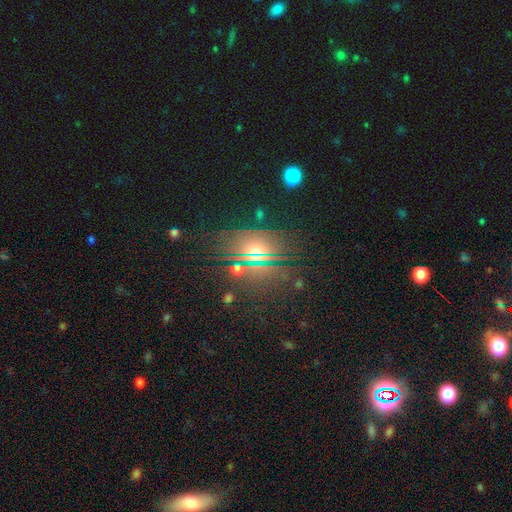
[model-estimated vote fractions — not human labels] Q: Smooth or featured?
A: star or artifact (51%); runner-up: smooth (32%)